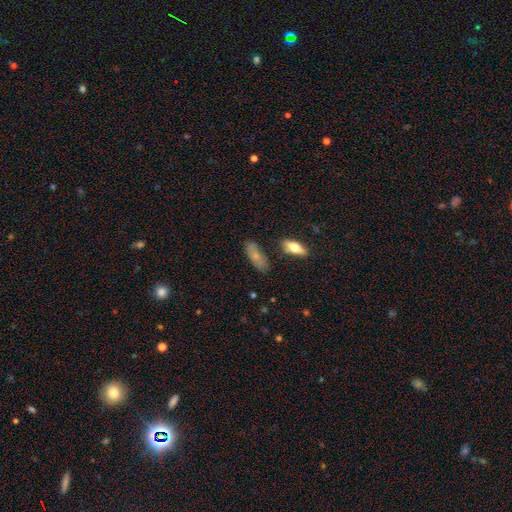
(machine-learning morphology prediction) smooth 69%, featured or disk 23%, star or artifact 8%. Down the decision tree: how rounded — in between (70%); merging — none (75%).